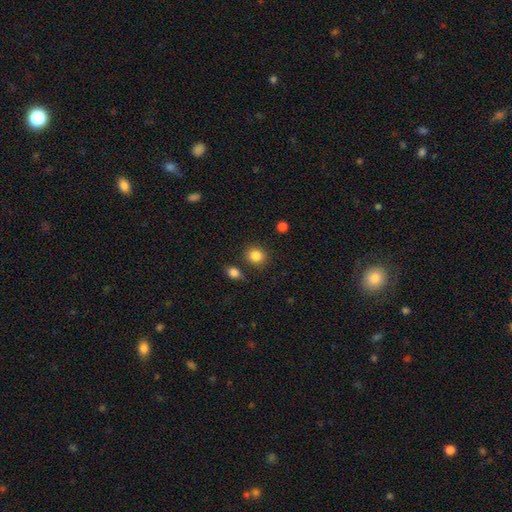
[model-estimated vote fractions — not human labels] Smooth or featured? smooth (85%)
How rounded? round (78%)
Merging? none (83%)